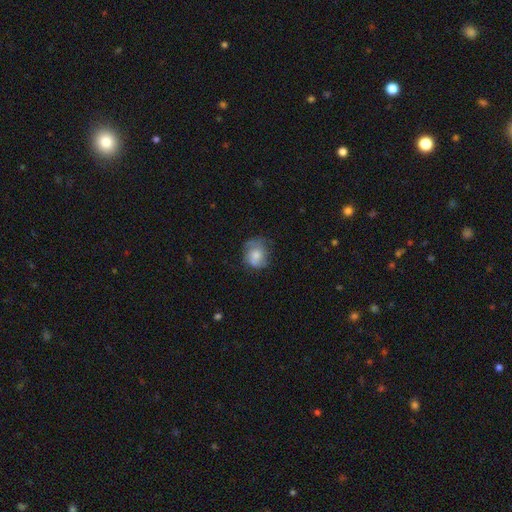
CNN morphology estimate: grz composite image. It shows a smooth galaxy with no disk features (55%) that is round (70%). Merging: none (55%).